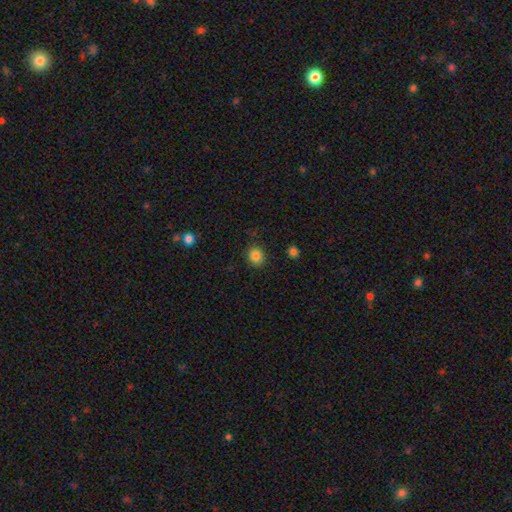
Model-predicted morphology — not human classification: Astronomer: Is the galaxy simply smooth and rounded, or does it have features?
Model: smooth — 84%.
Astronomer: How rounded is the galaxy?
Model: round — 76%.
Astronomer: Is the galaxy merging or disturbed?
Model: none — 88%.